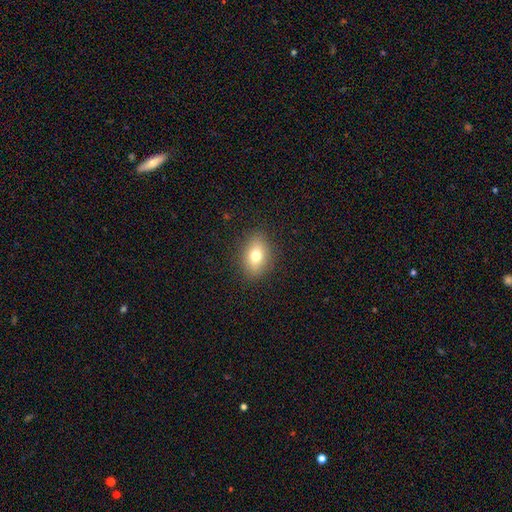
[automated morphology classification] This appears to be a smooth galaxy with no disk features (75%) that is in between round and cigar-shaped (75%). Merging: none (88%).